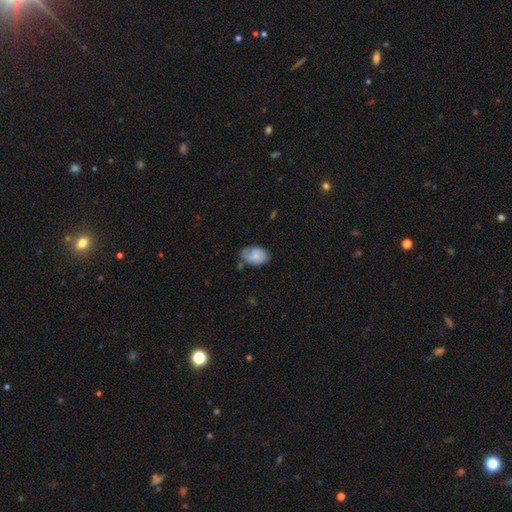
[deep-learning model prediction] Morphology: type=smooth (71%); roundness=in between (86%); merging=none (50%).